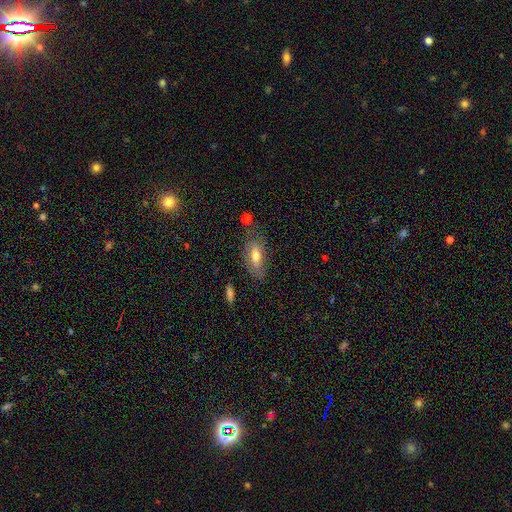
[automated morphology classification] Q: Smooth or featured?
A: smooth (62%); runner-up: featured or disk (30%)
Q: How rounded?
A: in between (81%); runner-up: cigar-shaped (16%)
Q: Merging?
A: none (71%); runner-up: minor disturbance (19%)